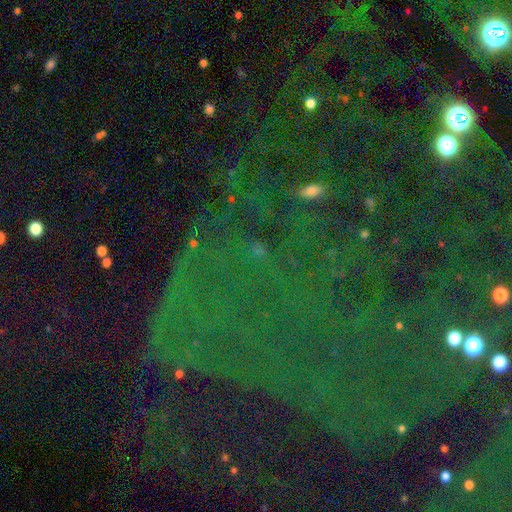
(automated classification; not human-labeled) star or artifact 81%, smooth 10%, featured or disk 9%.